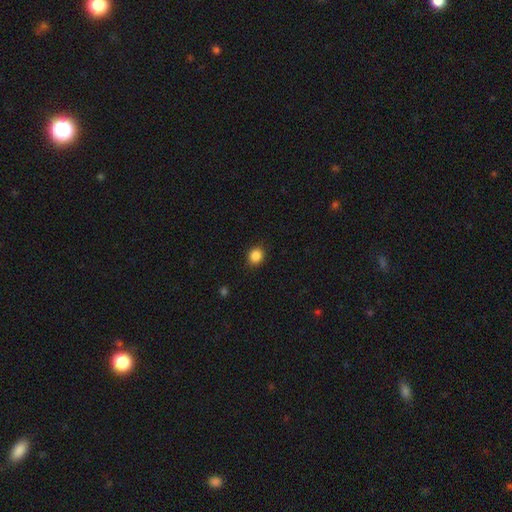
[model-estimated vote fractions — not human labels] Smooth or featured: smooth — 87% (star or artifact — 10%)
How rounded: round — 81% (in between — 18%)
Merging: none — 89% (minor disturbance — 7%)